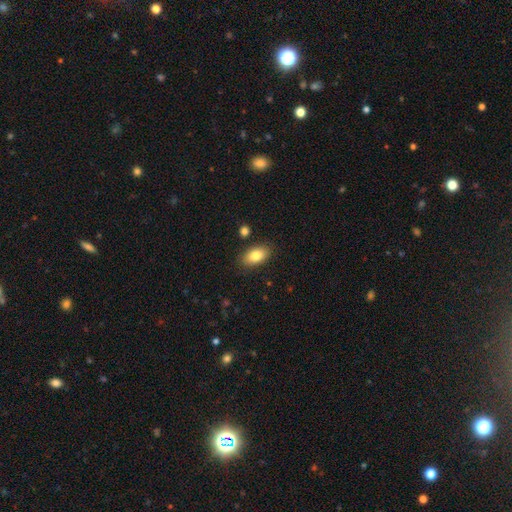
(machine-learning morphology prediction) smooth 82%, featured or disk 11%, star or artifact 7%. Down the decision tree: how rounded — in between (91%); merging — none (85%).